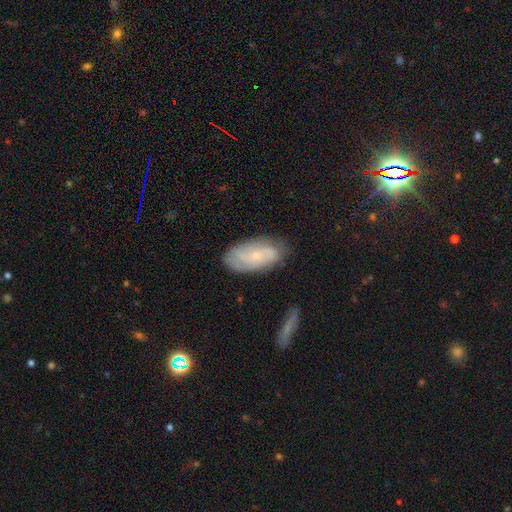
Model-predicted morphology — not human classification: Q: Smooth or featured?
A: featured or disk (52%); runner-up: smooth (40%)
Q: Edge-on disk?
A: no (91%); runner-up: yes (9%)
Q: Merging?
A: none (75%); runner-up: minor disturbance (19%)